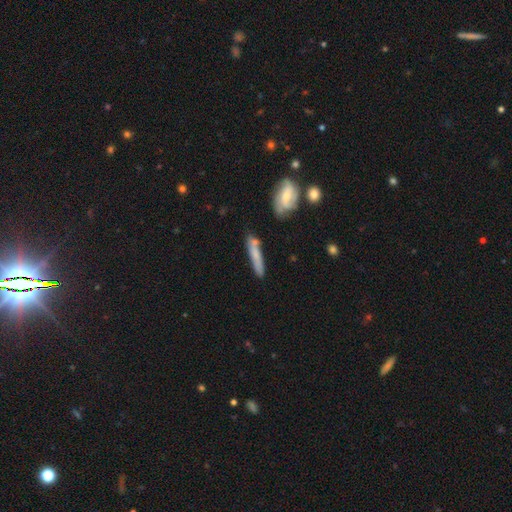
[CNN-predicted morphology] A smooth galaxy with no disk features (67%) that is cigar-shaped (89%).

Vote fractions:
- Smooth or featured? smooth: 67% / featured or disk: 27% / star or artifact: 6%
- How rounded? cigar-shaped: 89% / in between: 9% / round: 2%
- Merging? none: 67% / minor disturbance: 19% / merger: 9% / major disturbance: 4%